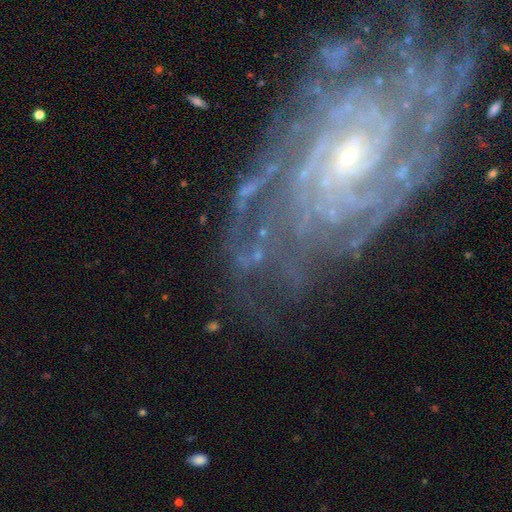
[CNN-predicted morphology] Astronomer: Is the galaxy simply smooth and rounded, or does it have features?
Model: featured or disk — 86%.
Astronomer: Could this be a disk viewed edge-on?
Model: no — 96%.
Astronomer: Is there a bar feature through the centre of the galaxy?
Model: no — 60%.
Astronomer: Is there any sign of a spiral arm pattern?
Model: yes — 95%.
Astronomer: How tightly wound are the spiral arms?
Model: tight — 70%.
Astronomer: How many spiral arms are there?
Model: can't tell — 33% (runner-up: 4, 17%).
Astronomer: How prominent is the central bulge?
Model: small — 81%.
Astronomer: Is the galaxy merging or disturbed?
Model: none — 64%.